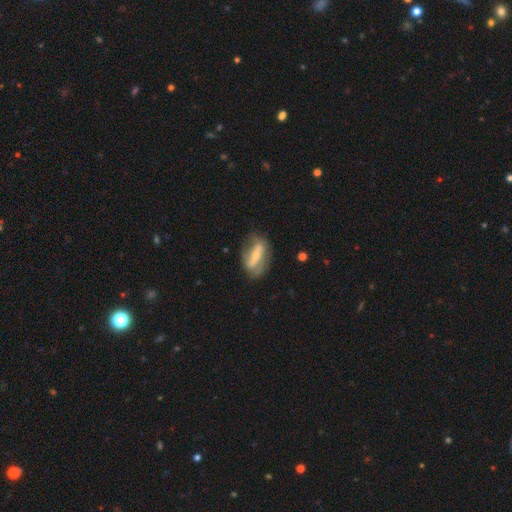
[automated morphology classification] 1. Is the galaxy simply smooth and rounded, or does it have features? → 65% featured or disk, 29% smooth, 7% star or artifact.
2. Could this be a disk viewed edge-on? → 85% no, 15% yes.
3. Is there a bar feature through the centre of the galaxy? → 59% strong, 23% weak, 17% no.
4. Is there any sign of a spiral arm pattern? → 58% yes, 42% no.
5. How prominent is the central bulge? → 52% small, 40% moderate, 4% large, 4% none, 1% dominant.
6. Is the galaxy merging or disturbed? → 65% none, 22% minor disturbance, 11% major disturbance, 3% merger.